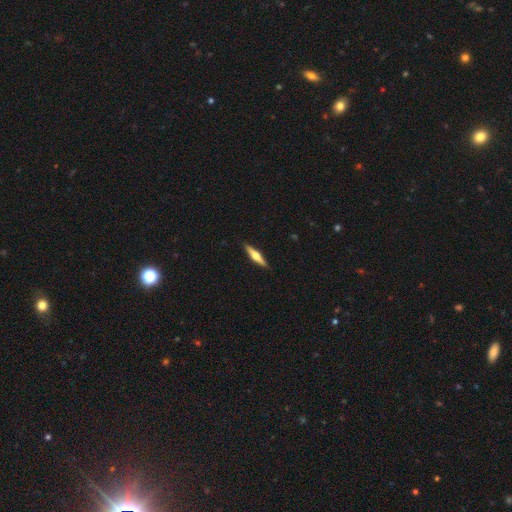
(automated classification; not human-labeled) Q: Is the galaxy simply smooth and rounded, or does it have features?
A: featured or disk — 61%.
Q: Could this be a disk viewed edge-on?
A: yes — 97%.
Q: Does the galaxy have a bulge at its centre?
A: rounded — 93%.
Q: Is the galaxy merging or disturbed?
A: none — 91%.